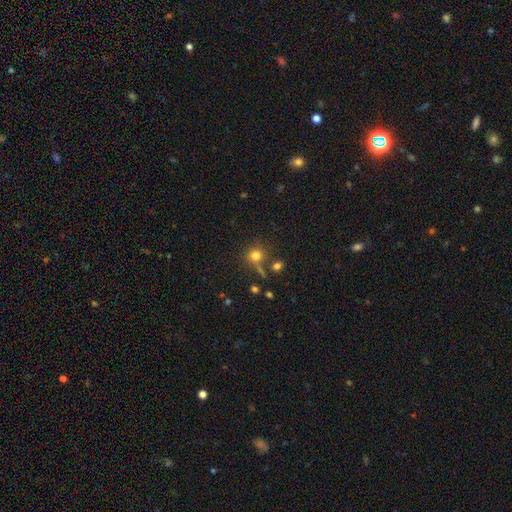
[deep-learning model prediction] Morphology: type=smooth (75%); roundness=round (88%); merging=none (67%).